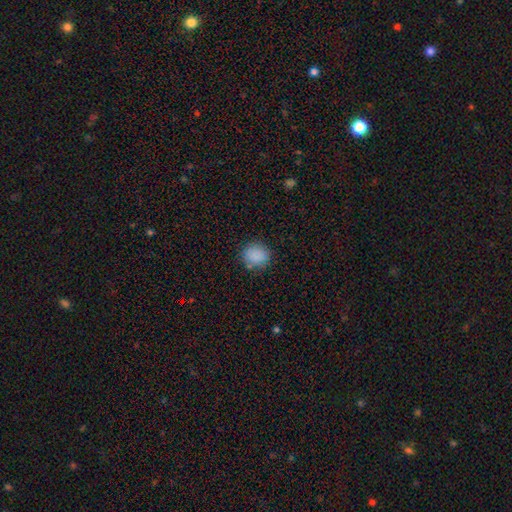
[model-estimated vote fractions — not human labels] Smooth or featured?
  - smooth: 86% *
  - star or artifact: 10%
  - featured or disk: 4%
How rounded?
  - round: 71% *
  - in between: 28%
  - cigar-shaped: 1%
Merging?
  - none: 82% *
  - minor disturbance: 13%
  - major disturbance: 4%
  - merger: 2%